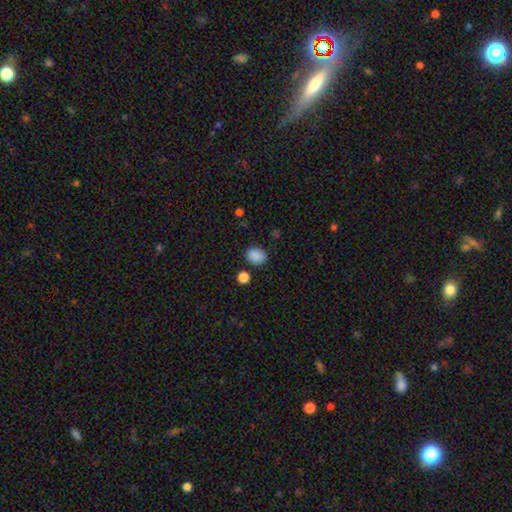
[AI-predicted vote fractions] This appears to be a smooth galaxy with no disk features (87%) that is in between round and cigar-shaped (57%). Merging: none (82%).